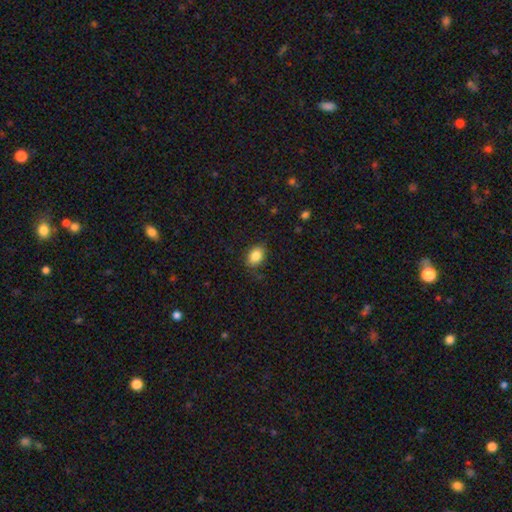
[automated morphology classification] This appears to be a smooth galaxy with no disk features (85%) that is in between round and cigar-shaped (75%). Merging: none (80%).